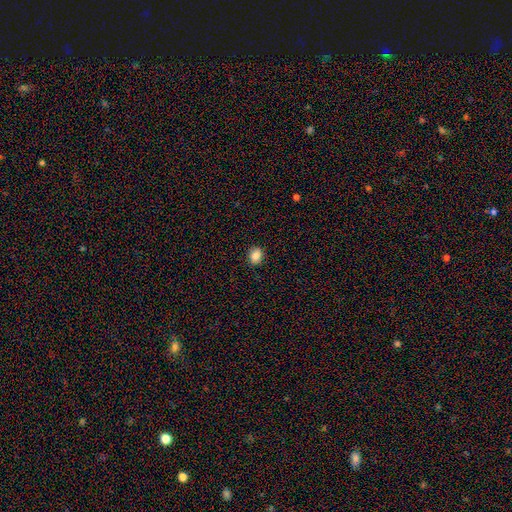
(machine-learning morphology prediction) Smooth or featured: smooth — 86% (star or artifact — 9%)
How rounded: in between — 57% (round — 42%)
Merging: none — 87% (minor disturbance — 9%)